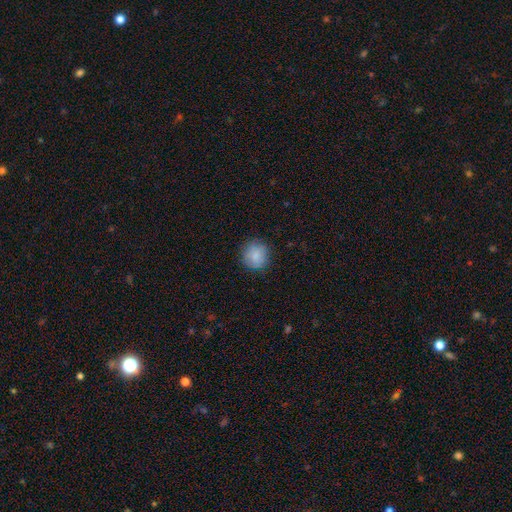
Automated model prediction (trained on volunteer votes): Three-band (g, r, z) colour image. It shows a smooth galaxy with no disk features (86%) that is round (90%). Merging: none (85%).